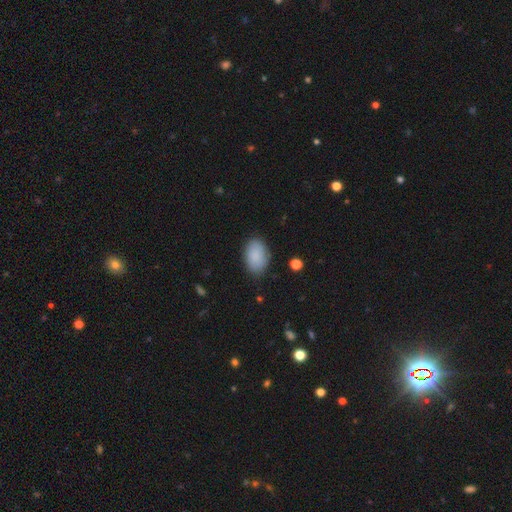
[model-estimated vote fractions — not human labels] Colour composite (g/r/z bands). It shows a smooth galaxy with no disk features (88%) that is in between round and cigar-shaped (89%). Merging: none (81%).